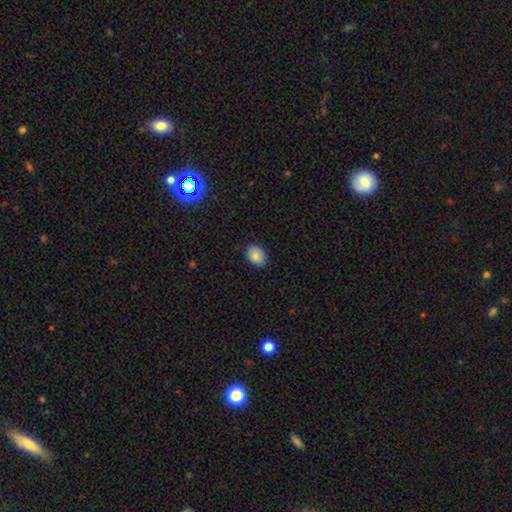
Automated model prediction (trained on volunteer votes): smooth 85%, star or artifact 9%, featured or disk 6%. Down the decision tree: how rounded — in between (60%); merging — none (86%).